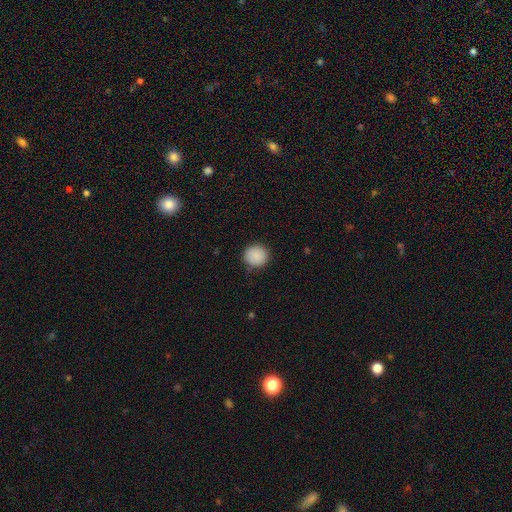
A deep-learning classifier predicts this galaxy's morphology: This appears to be a smooth galaxy with no disk features (89%) that is round (90%). Merging: none (87%).